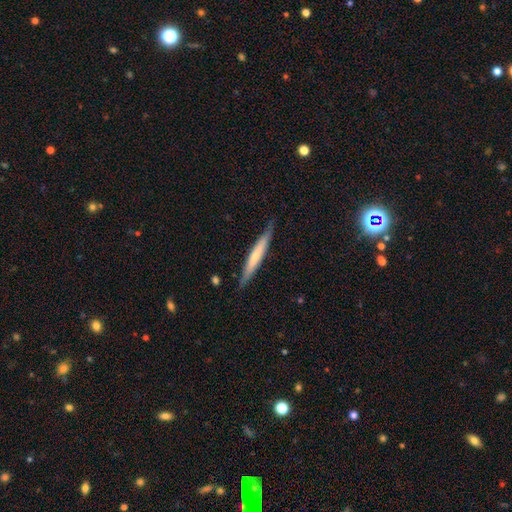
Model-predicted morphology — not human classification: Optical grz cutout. It shows a smooth galaxy with no disk features (48%). Merging: none (84%).